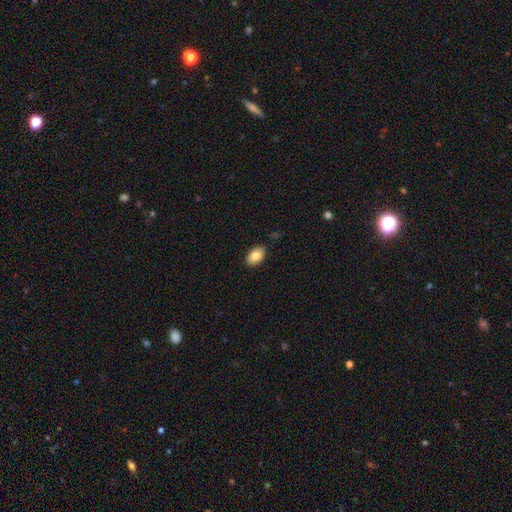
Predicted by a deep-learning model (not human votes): This appears to be a smooth galaxy with no disk features (83%) that is in between round and cigar-shaped (91%). Merging: none (87%).